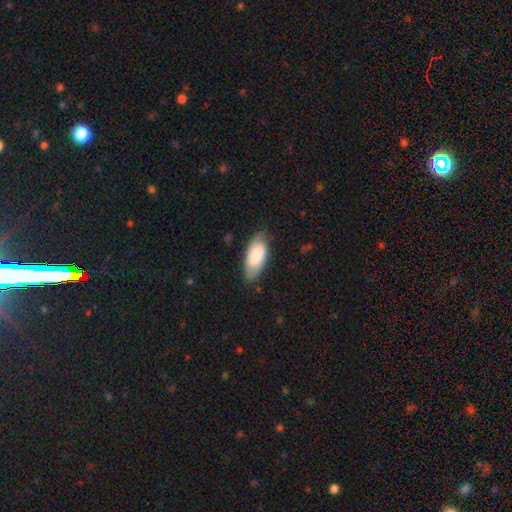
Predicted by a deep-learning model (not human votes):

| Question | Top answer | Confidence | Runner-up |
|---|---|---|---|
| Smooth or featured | smooth | 75% | featured or disk (19%) |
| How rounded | in between | 88% | cigar-shaped (10%) |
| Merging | none | 73% | minor disturbance (22%) |